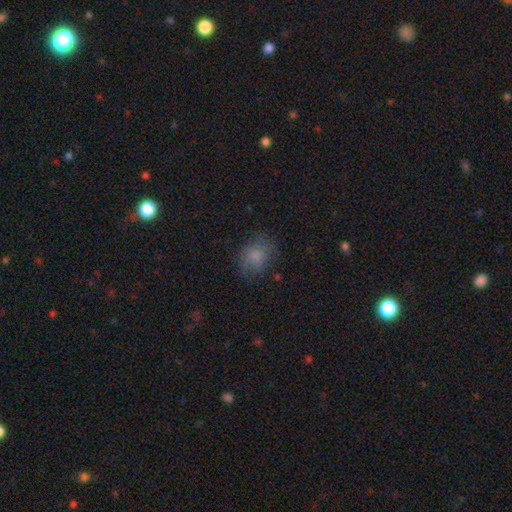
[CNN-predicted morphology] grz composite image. It shows a smooth galaxy with no disk features (76%) that is in between round and cigar-shaped (54%). Merging: none (66%).